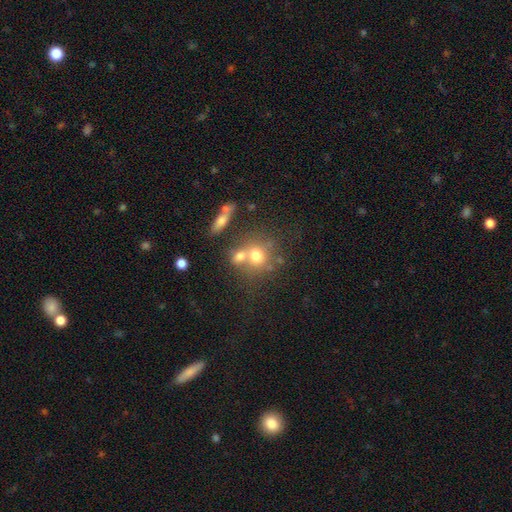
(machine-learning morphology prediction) Smooth or featured: smooth — 69% (featured or disk — 18%)
How rounded: round — 76% (in between — 22%)
Merging: merger — 43% (none — 42%)